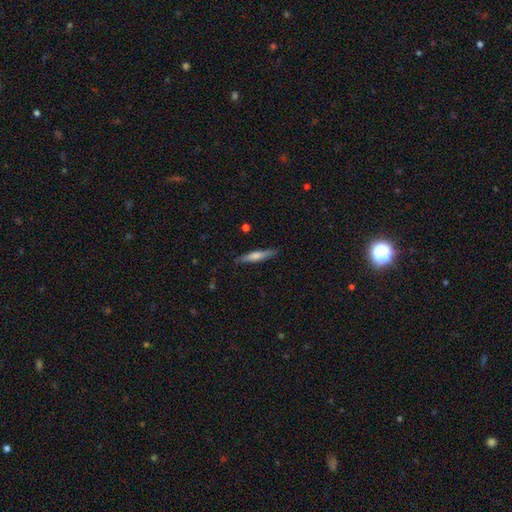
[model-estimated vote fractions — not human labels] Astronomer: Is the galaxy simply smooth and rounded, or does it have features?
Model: featured or disk — 49% (runner-up: smooth, 45%).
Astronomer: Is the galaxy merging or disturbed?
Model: none — 88%.